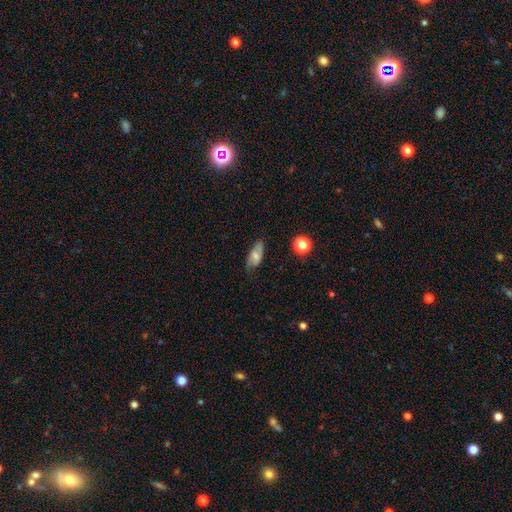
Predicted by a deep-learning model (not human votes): Morphology: type=smooth (60%); roundness=in between (83%); merging=none (64%).